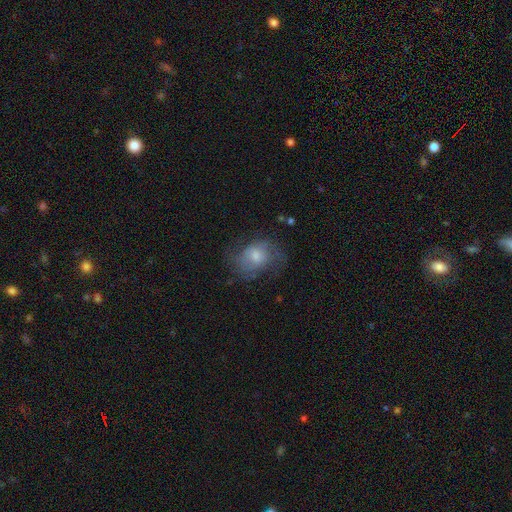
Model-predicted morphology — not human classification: A featured or disk galaxy (46%). Merging: none (52%).